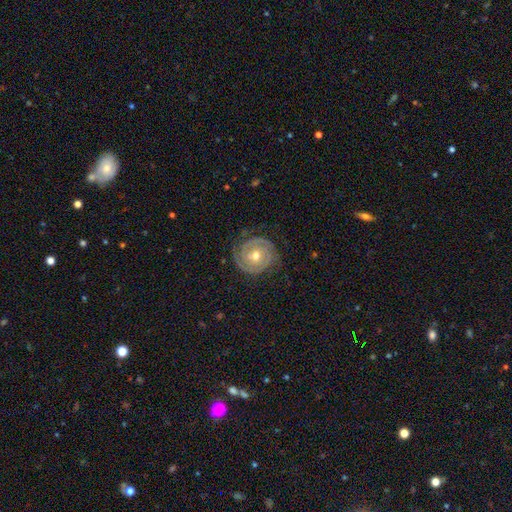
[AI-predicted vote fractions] This is clearly a featured or disk galaxy (84%). It is clearly not viewed edge-on (97%). Bar: likely no (60%). Spiral arm pattern: clearly yes (95%). Spiral arm count: likely 2 (67%). Spiral winding: likely tight (75%). Central bulge: likely moderate (70%). Merging: likely none (79%).